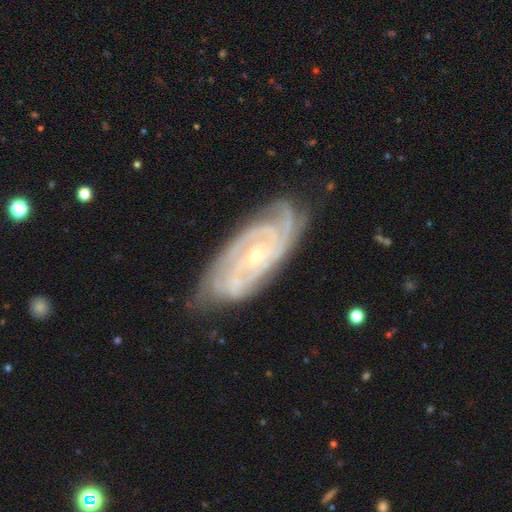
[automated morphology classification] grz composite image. It shows a featured or disk galaxy (89%) with no bar (62%), 3 (29%) tight (76%) spiral arms (98%) and a small central bulge (72%). Merging: none (74%).